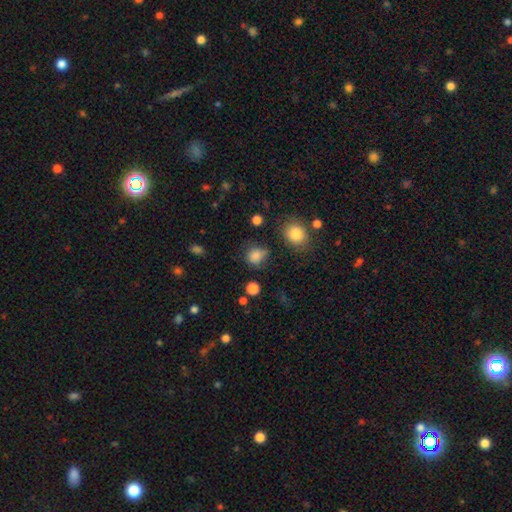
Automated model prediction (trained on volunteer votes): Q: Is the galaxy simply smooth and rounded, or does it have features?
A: smooth — 82%.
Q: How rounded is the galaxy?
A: round — 76%.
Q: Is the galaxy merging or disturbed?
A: none — 66%.